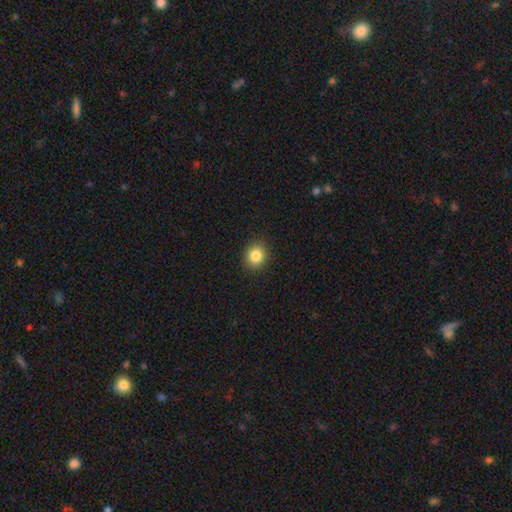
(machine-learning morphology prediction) This is clearly a smooth galaxy (84%). How rounded: likely round (78%). Merging: clearly none (91%).